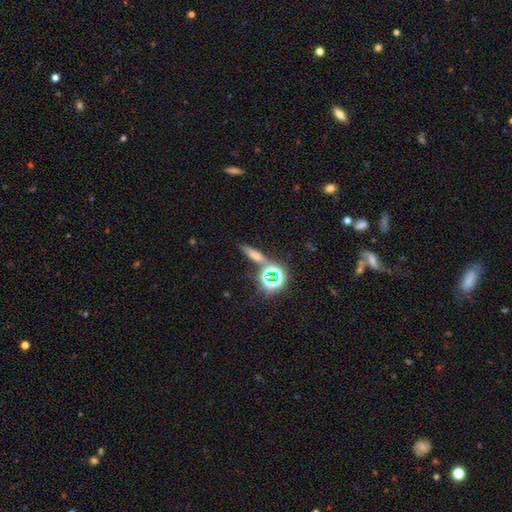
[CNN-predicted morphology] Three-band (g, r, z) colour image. It shows a smooth galaxy with no disk features (53%) that is cigar-shaped (64%). Merging: none (70%).